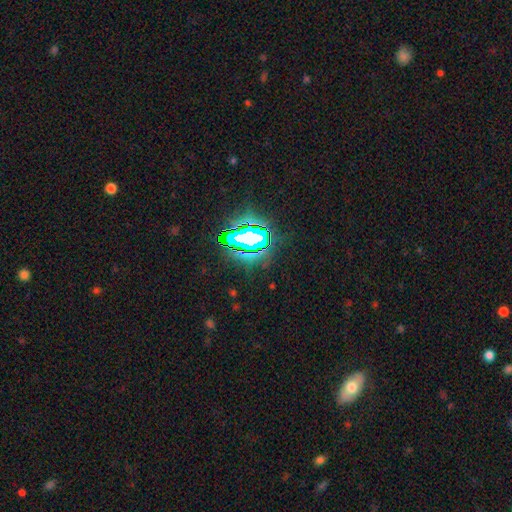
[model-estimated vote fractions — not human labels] The model was most divided on "smooth or featured": star or artifact: 76%, smooth: 15%, featured or disk: 9%.